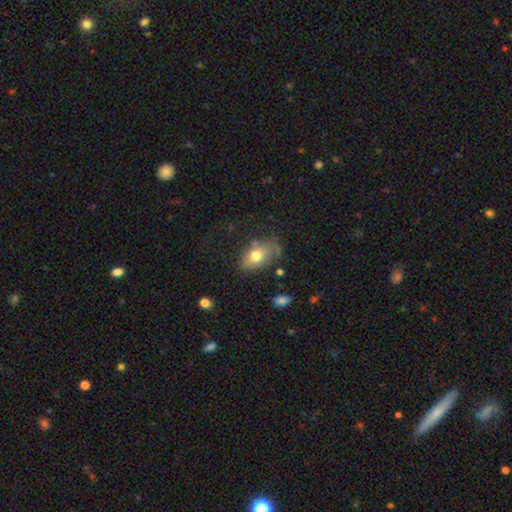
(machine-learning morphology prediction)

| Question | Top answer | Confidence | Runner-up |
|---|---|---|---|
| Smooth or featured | smooth | 70% | featured or disk (21%) |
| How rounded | in between | 85% | round (13%) |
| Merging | none | 59% | minor disturbance (27%) |